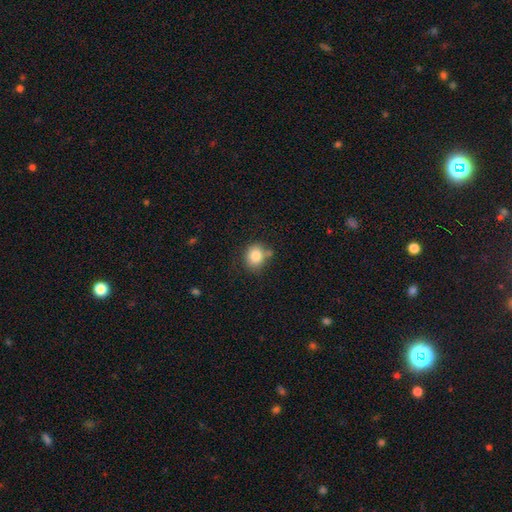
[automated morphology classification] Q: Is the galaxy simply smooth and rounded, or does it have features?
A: smooth — 83%.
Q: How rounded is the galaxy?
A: round — 72%.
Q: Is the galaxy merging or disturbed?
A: none — 67%.